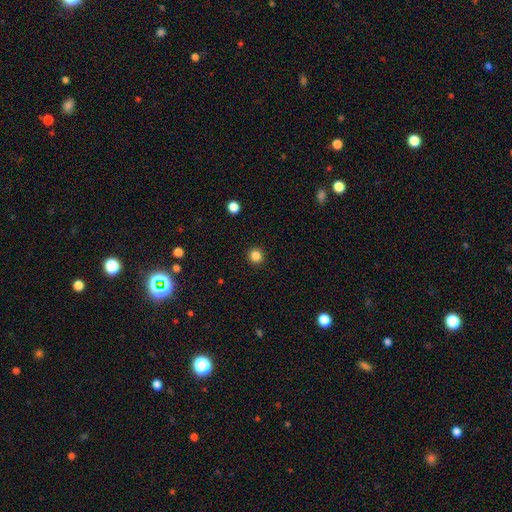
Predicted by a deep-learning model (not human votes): Smooth or featured? Predicted: smooth (p=0.85). How rounded? Predicted: round (p=0.93). Merging? Predicted: none (p=0.92).